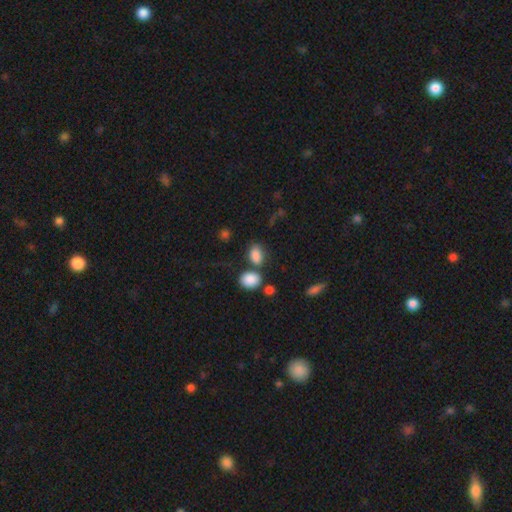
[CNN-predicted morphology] This is clearly a smooth galaxy (86%). How rounded: clearly in between (81%). Merging: possibly none (59%).